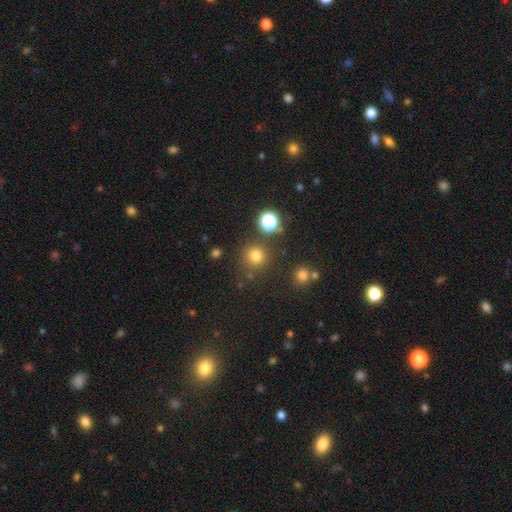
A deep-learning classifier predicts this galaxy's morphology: Smooth or featured? smooth (75%)
How rounded? round (94%)
Merging? none (83%)